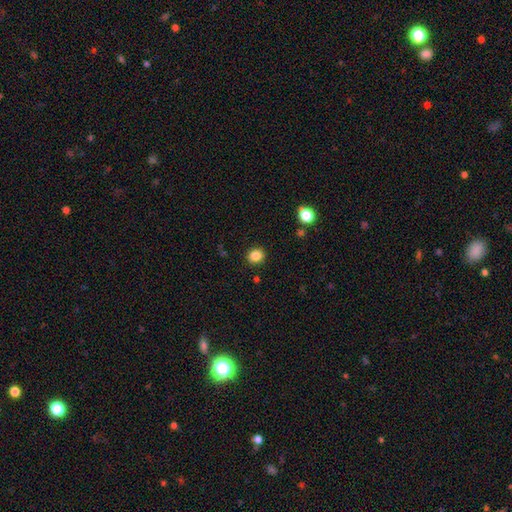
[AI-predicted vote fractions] Smooth or featured: smooth — 85% (star or artifact — 11%)
How rounded: round — 81% (in between — 18%)
Merging: none — 90% (minor disturbance — 6%)